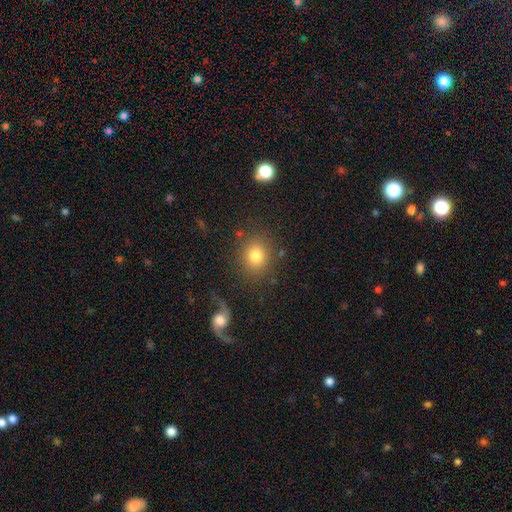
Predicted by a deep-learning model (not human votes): This appears to be a smooth galaxy with no disk features (78%) that is round (74%). Merging: none (80%).